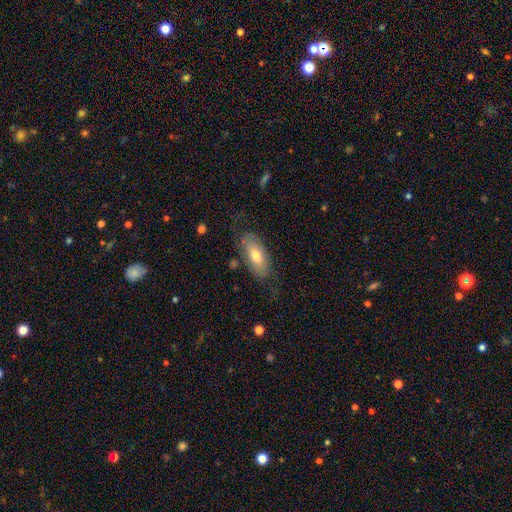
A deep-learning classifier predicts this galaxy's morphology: smooth 58%, featured or disk 36%, star or artifact 7%. Down the decision tree: how rounded — in between (84%); merging — none (66%).